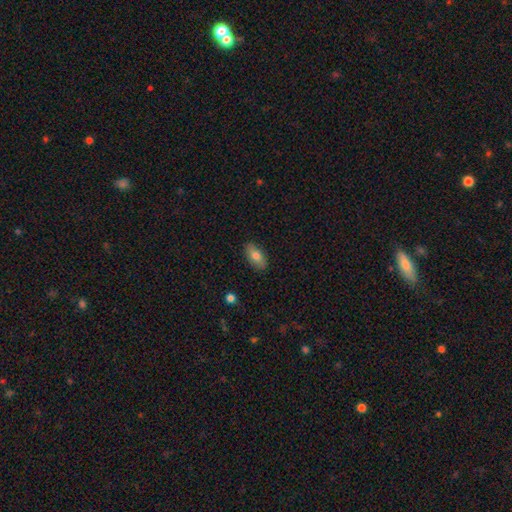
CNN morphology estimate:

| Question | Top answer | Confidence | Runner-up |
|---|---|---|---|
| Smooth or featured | smooth | 76% | featured or disk (17%) |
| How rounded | in between | 89% | cigar-shaped (7%) |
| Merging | none | 88% | minor disturbance (9%) |